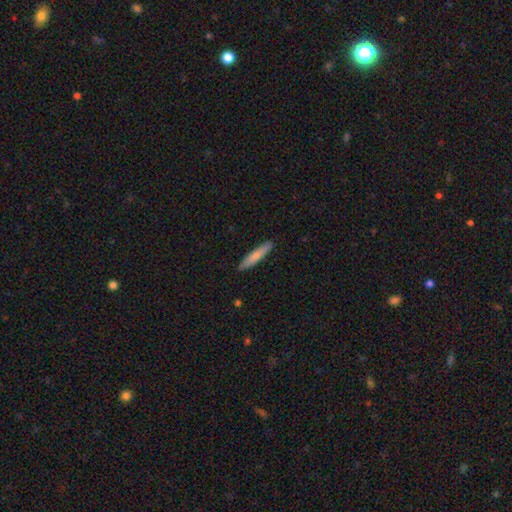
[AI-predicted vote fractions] This is likely a smooth galaxy (75%). How rounded: clearly cigar-shaped (91%). Merging: clearly none (91%).